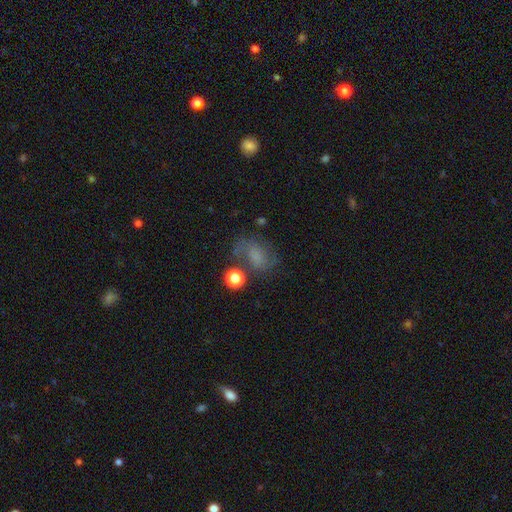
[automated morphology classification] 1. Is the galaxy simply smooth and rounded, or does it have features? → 41% smooth (tied), 41% featured or disk (tied), 18% star or artifact.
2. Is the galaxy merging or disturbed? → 53% none, 22% minor disturbance, 18% major disturbance, 7% merger.